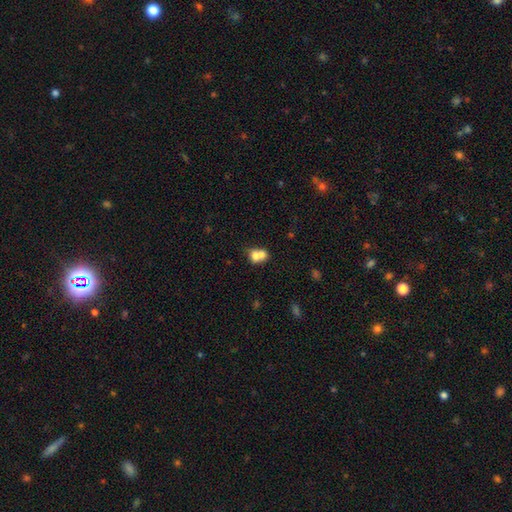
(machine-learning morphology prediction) Overall: smooth (70%). How rounded: round (59%; in between 40%). Merging: merger (67%).